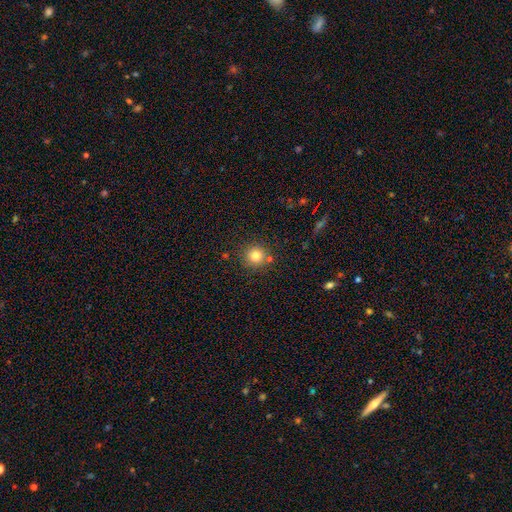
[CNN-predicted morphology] Smooth or featured?
  - smooth: 80% *
  - star or artifact: 13%
  - featured or disk: 7%
How rounded?
  - round: 93% *
  - in between: 6%
  - cigar-shaped: 1%
Merging?
  - none: 83% *
  - minor disturbance: 8%
  - merger: 6%
  - major disturbance: 3%